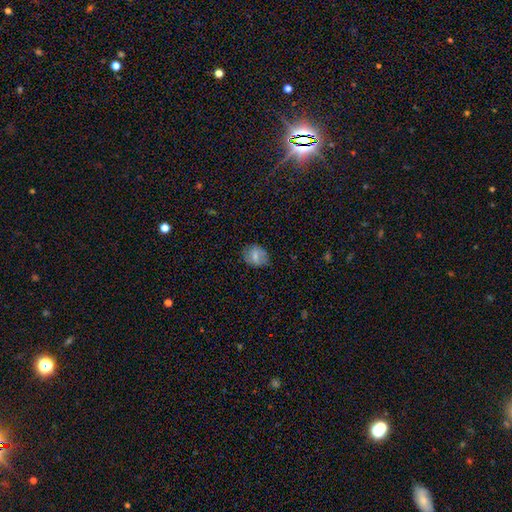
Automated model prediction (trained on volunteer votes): A smooth galaxy with no disk features (71%) that is round (53%).

Vote fractions:
- Smooth or featured? smooth: 71% / featured or disk: 20% / star or artifact: 9%
- How rounded? round: 53% / in between: 46% / cigar-shaped: 1%
- Merging? none: 77% / minor disturbance: 17% / major disturbance: 4% / merger: 1%